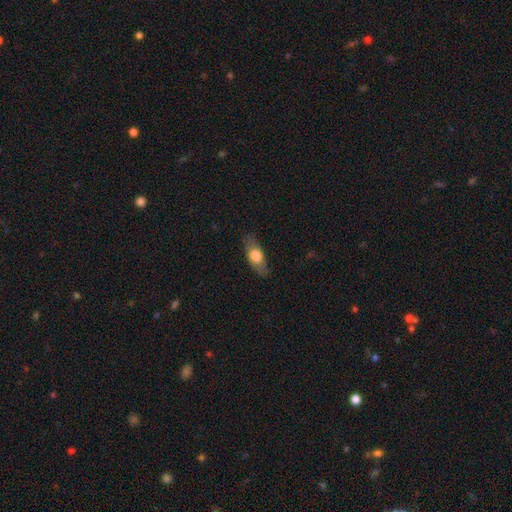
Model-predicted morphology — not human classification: smooth_or_featured: smooth (p=0.65) [alt: featured or disk p=0.29]
how_rounded: in between (p=0.77) [alt: cigar-shaped p=0.18]
merging: none (p=0.81) [alt: minor disturbance p=0.14]